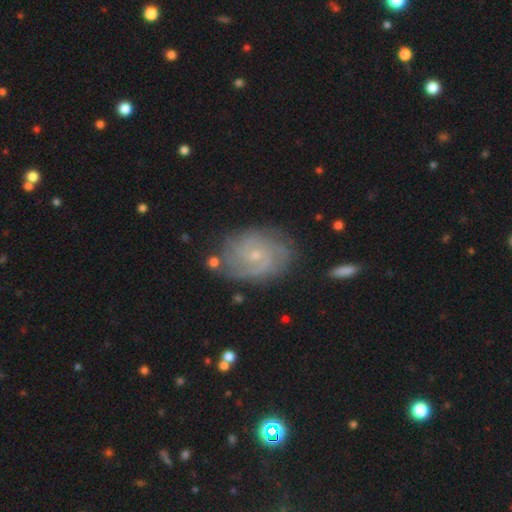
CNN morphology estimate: Overall: featured or disk (82%). Edge-on disk: no (97%). Bar: no (65%; weak 30%). Spiral arms: yes (95%). Spiral arm count: 2 (35%; can't tell 27%). Spiral winding: tight (58%; medium 33%). Bulge size: small (78%). Merging: none (76%).